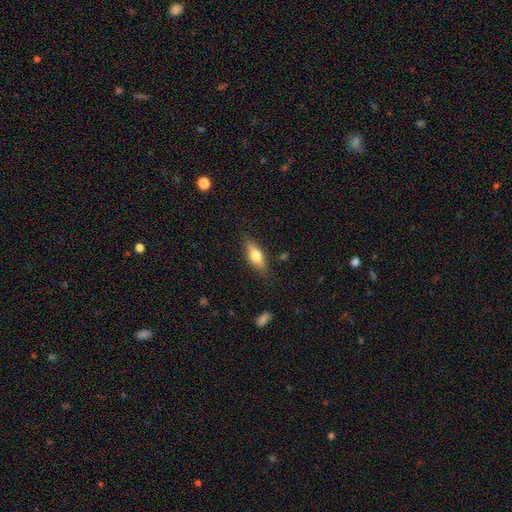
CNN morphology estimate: smooth 59%, featured or disk 35%, star or artifact 7%. Down the decision tree: how rounded — in between (58%); merging — none (83%).